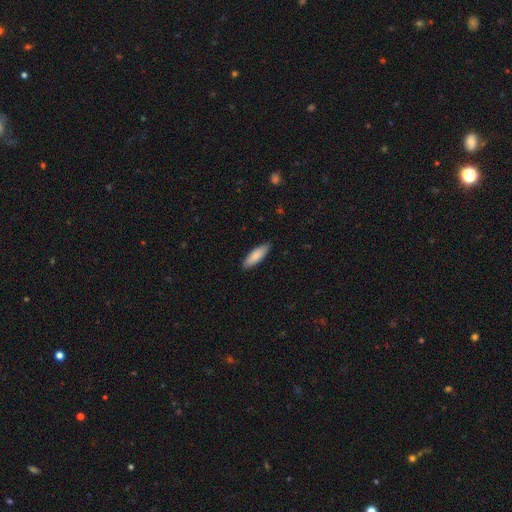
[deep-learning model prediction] Smooth or featured? smooth (85%)
How rounded? in between (52%)
Merging? none (89%)